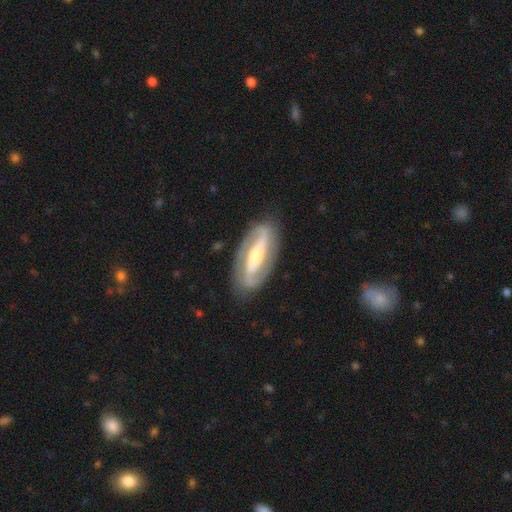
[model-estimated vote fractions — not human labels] Overall: featured or disk (86%). Edge-on disk: no (93%). Bar: strong (59%; weak 23%). Spiral arms: yes (91%). Spiral arm count: 2 (91%). Spiral winding: medium (44%; tight 36%). Bulge size: moderate (59%; small 30%). Merging: none (84%).